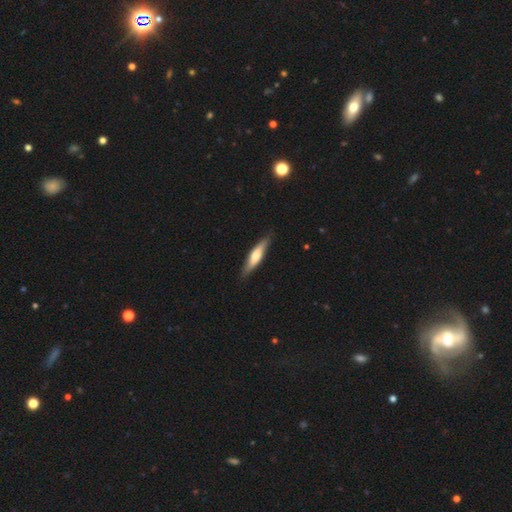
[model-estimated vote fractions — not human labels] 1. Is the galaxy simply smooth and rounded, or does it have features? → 51% smooth, 44% featured or disk, 5% star or artifact.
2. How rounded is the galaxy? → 78% cigar-shaped, 20% in between, 2% round.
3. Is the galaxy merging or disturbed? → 85% none, 12% minor disturbance, 2% major disturbance, 1% merger.